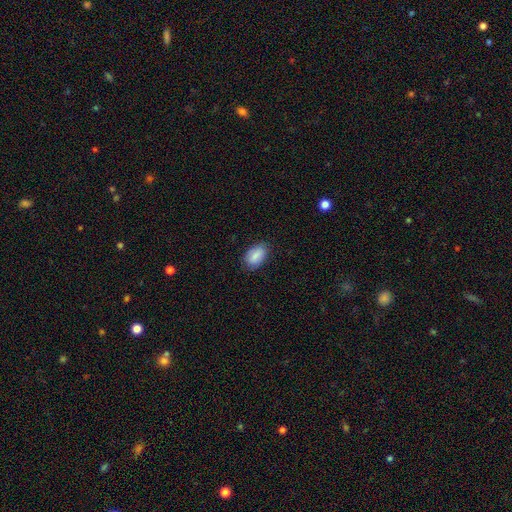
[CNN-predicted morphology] smooth-or-featured: smooth: 84% | featured or disk: 9% | star or artifact: 7%
  how-rounded: in between: 91% | round: 7% | cigar-shaped: 2%
  merging: none: 79% | minor disturbance: 17% | major disturbance: 3% | merger: 1%